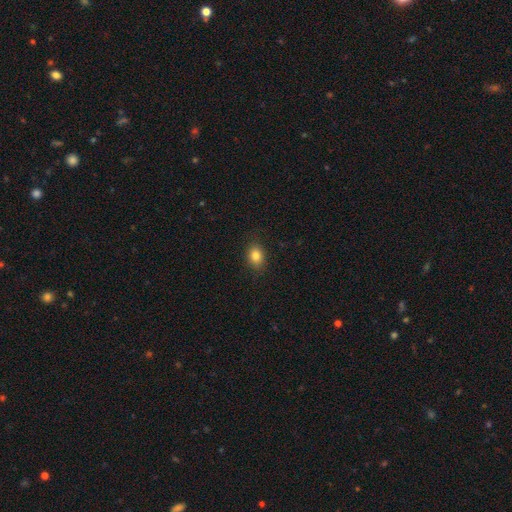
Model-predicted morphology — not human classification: Smooth or featured? smooth (84%)
How rounded? in between (68%)
Merging? none (86%)